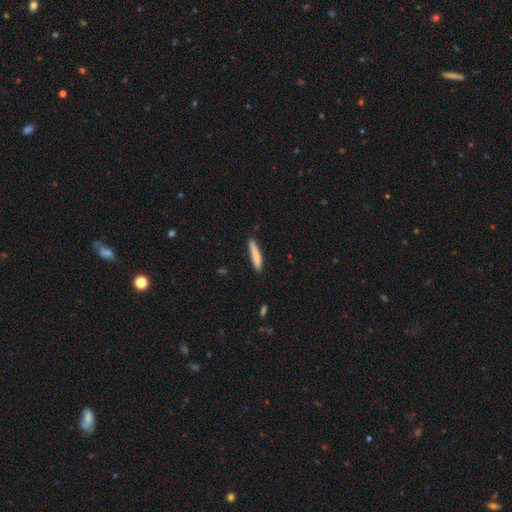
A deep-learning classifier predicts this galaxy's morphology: Smooth or featured? Predicted: smooth (p=0.79). How rounded? Predicted: cigar-shaped (p=0.89). Merging? Predicted: none (p=0.86).